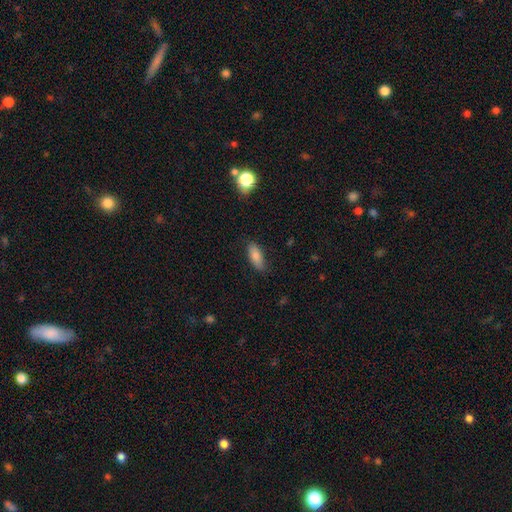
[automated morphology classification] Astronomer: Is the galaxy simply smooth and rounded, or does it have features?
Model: smooth — 82%.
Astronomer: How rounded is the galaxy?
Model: in between — 77%.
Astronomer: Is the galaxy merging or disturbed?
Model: none — 83%.